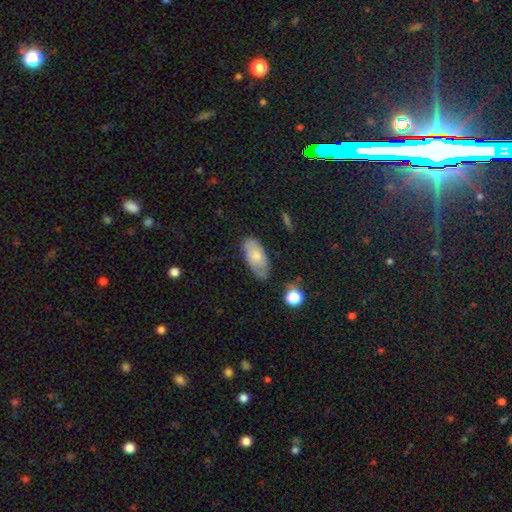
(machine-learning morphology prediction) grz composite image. It shows a smooth galaxy with no disk features (67%) that is in between round and cigar-shaped (91%). Merging: none (69%).